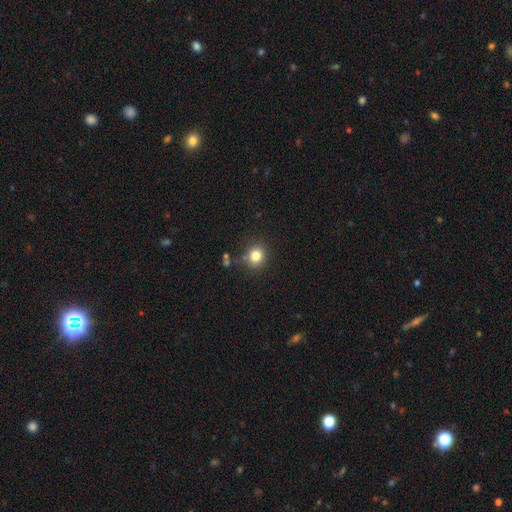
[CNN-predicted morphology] This is clearly a smooth galaxy (82%). How rounded: likely round (78%). Merging: clearly none (81%).